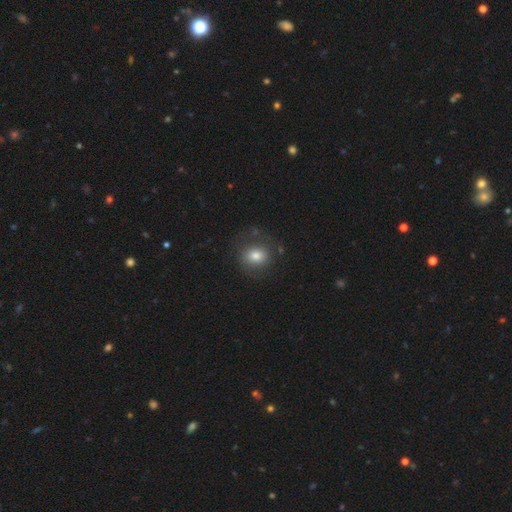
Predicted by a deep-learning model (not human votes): A smooth galaxy with no disk features (76%) that is round (71%).

Vote fractions:
- Smooth or featured? smooth: 76% / featured or disk: 14% / star or artifact: 10%
- How rounded? round: 71% / in between: 28% / cigar-shaped: 1%
- Merging? none: 73% / minor disturbance: 16% / major disturbance: 8% / merger: 2%